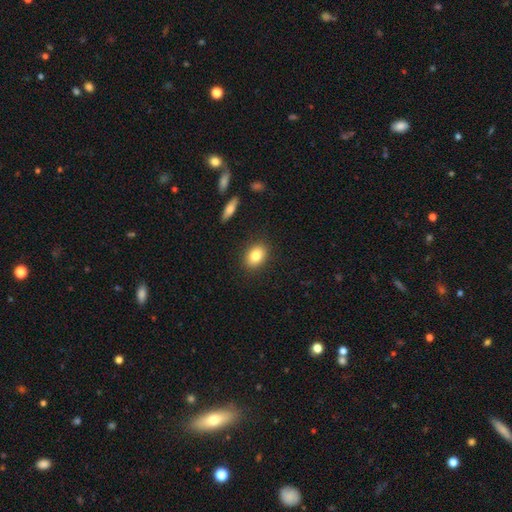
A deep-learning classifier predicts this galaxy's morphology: smooth 83%, featured or disk 9%, star or artifact 8%. Down the decision tree: how rounded — in between (75%); merging — none (88%).